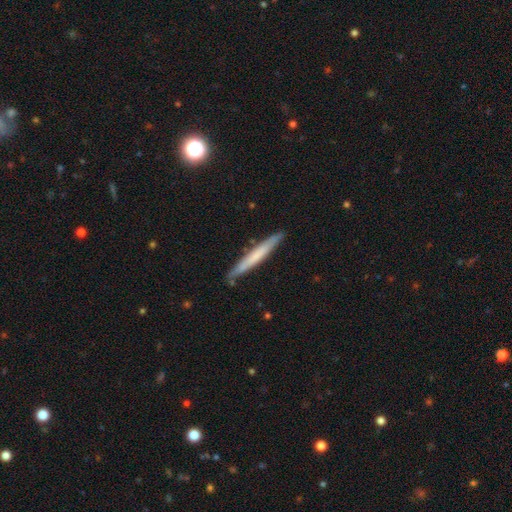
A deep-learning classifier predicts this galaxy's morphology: Overall: smooth (53%; featured or disk 41%). How rounded: cigar-shaped (96%). Merging: none (84%).